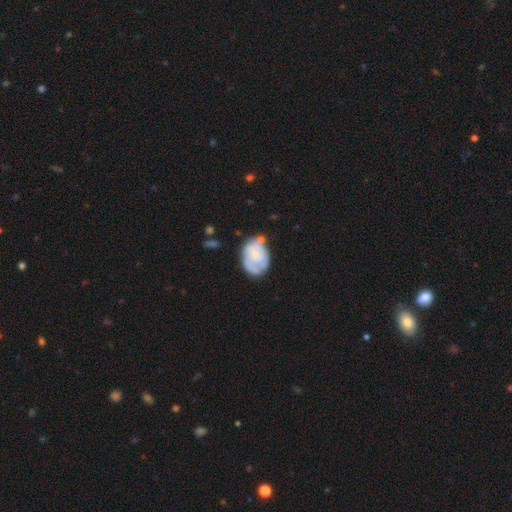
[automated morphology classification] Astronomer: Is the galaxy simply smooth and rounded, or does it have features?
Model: featured or disk — 64%.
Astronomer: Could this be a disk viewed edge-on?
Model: no — 97%.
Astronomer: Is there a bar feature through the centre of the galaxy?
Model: no — 75%.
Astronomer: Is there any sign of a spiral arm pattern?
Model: yes — 78%.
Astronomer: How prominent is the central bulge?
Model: small — 68%.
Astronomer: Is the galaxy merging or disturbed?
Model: none — 49% (runner-up: minor disturbance, 30%).